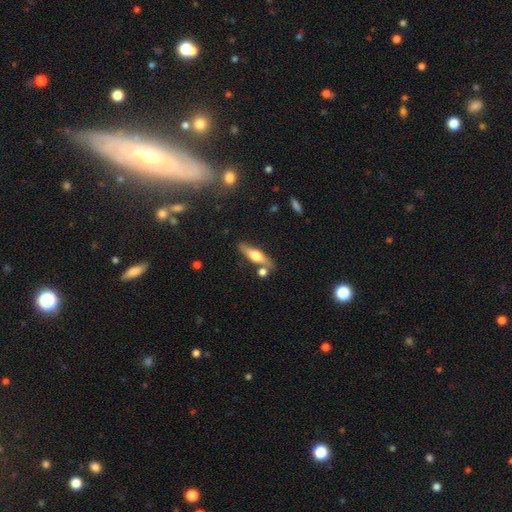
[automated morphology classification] The model was most divided on "smooth or featured": featured or disk: 52%, smooth: 41%, star or artifact: 7%. More confident: edge-on disk — yes (91%); merging — none (76%).